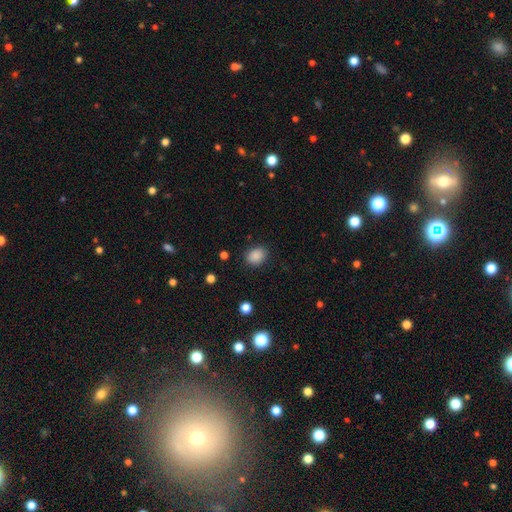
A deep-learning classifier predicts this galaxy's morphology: smooth-or-featured: smooth: 87% | star or artifact: 10% | featured or disk: 3%
  how-rounded: in between: 51% | round: 48% | cigar-shaped: 1%
  merging: none: 85% | minor disturbance: 11% | major disturbance: 3% | merger: 1%